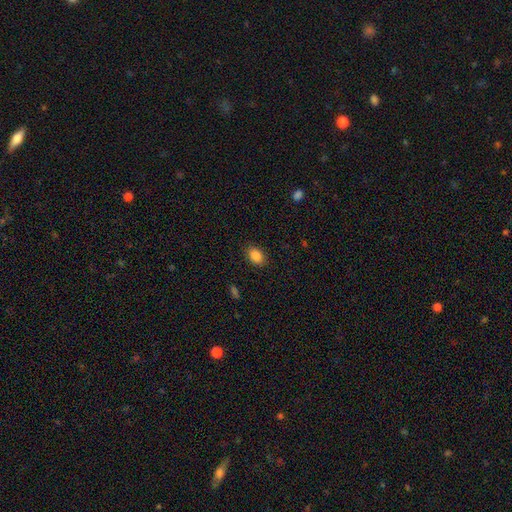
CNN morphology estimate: Q: Smooth or featured?
A: smooth (86%); runner-up: star or artifact (9%)
Q: How rounded?
A: in between (79%); runner-up: round (20%)
Q: Merging?
A: none (86%); runner-up: minor disturbance (10%)